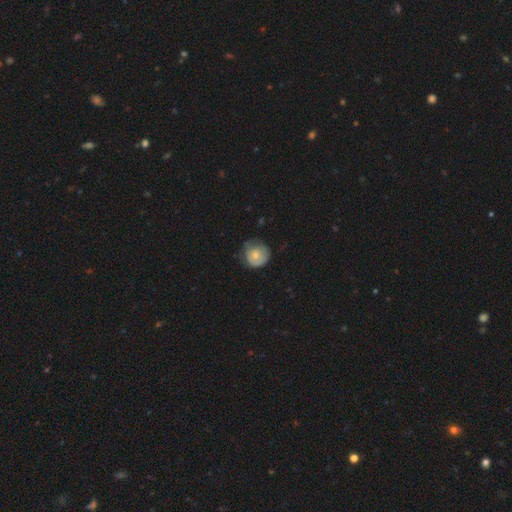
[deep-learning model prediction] A smooth galaxy with no disk features (66%) that is round (89%). Merging: none (60%).